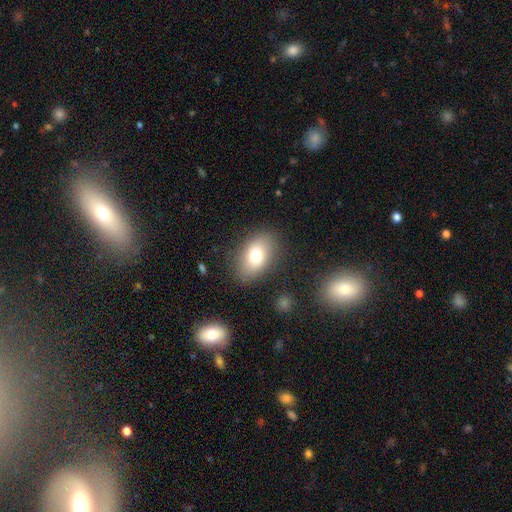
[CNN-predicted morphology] The model was most divided on "smooth or featured": smooth: 77%, featured or disk: 15%, star or artifact: 8%. More confident: how rounded — in between (88%); merging — none (83%).